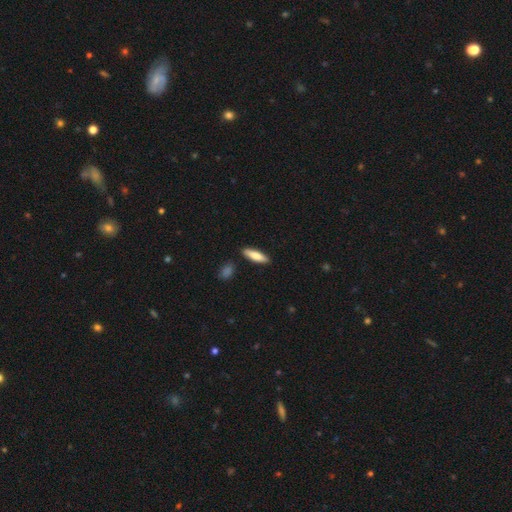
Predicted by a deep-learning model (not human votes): A smooth galaxy with no disk features (80%) that is cigar-shaped (58%). Merging: none (87%).